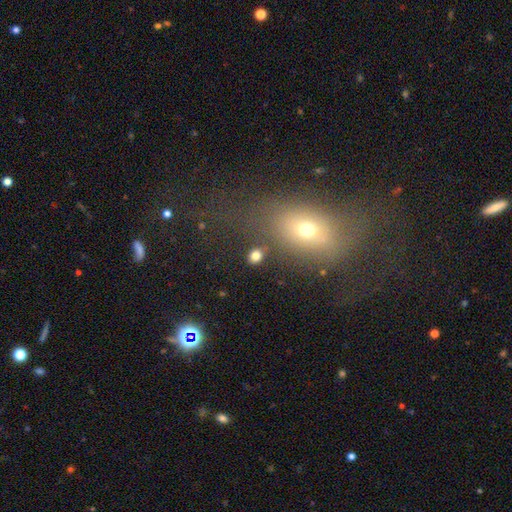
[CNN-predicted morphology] smooth 79%, star or artifact 14%, featured or disk 7%. Down the decision tree: how rounded — in between (50%); merging — none (80%).